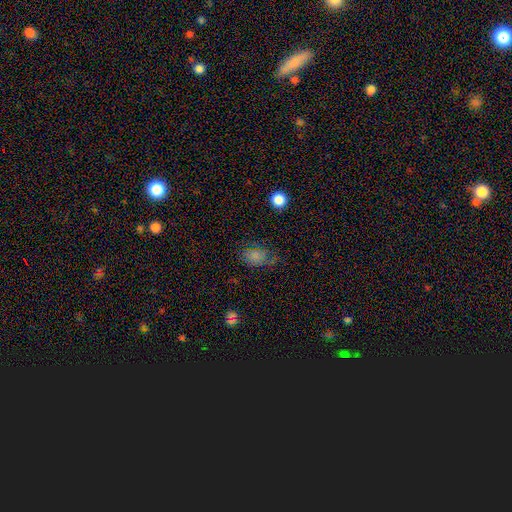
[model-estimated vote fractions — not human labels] Smooth or featured? Predicted: smooth (p=0.73). How rounded? Predicted: in between (p=0.72). Merging? Predicted: none (p=0.54).